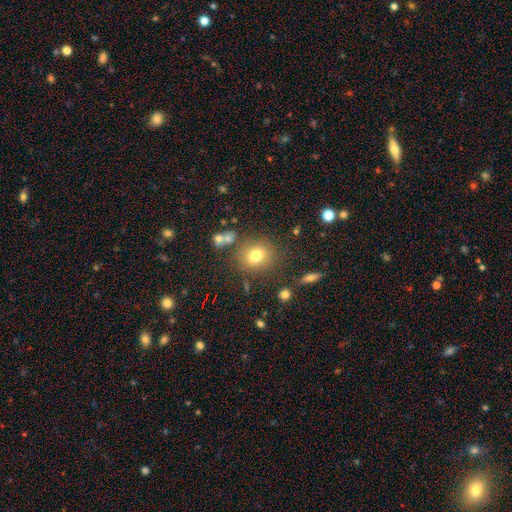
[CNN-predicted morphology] Smooth or featured: smooth — 75% (star or artifact — 14%)
How rounded: round — 66% (in between — 33%)
Merging: none — 77% (minor disturbance — 12%)